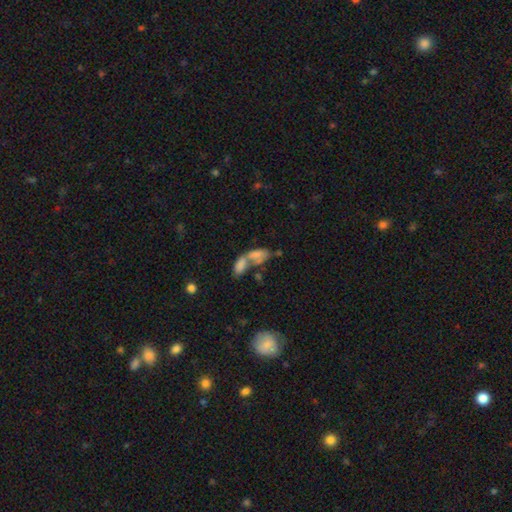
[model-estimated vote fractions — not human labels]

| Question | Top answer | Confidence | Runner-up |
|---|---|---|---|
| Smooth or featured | smooth | 69% | featured or disk (20%) |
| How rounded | in between | 88% | cigar-shaped (8%) |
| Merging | merger | 70% | none (16%) |